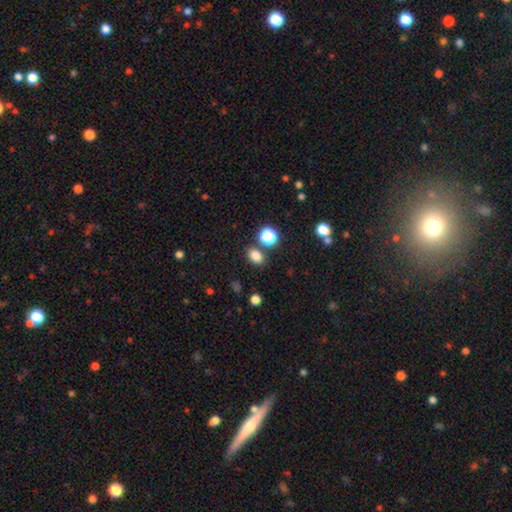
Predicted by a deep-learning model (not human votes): This appears to be a smooth galaxy with no disk features (80%) that is in between round and cigar-shaped (64%). Merging: none (79%).